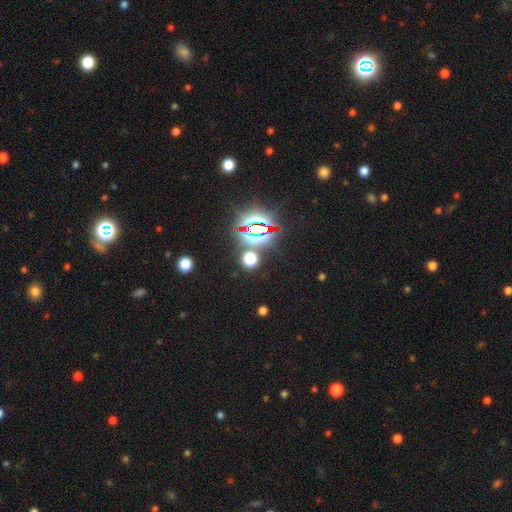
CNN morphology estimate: This appears to be a star or artifact, not a galaxy (82%).